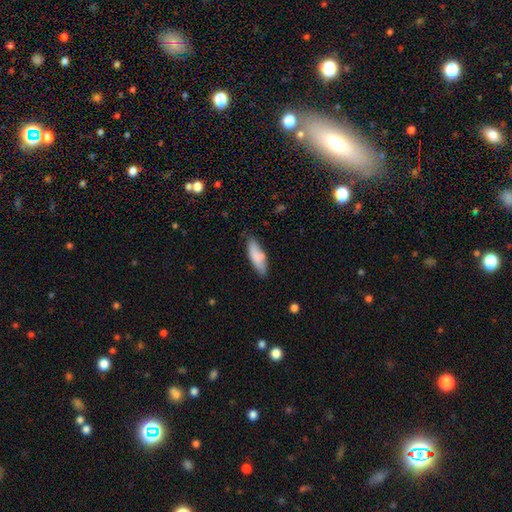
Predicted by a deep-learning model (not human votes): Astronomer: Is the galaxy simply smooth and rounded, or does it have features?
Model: smooth — 80%.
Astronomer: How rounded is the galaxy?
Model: cigar-shaped — 49%, tied with in between at 49%.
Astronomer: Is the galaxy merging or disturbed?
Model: none — 73%.